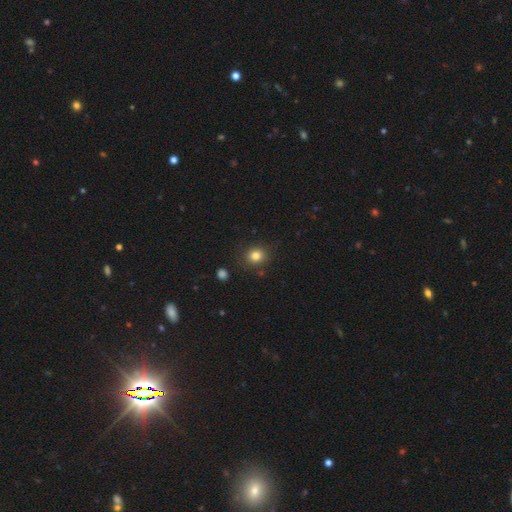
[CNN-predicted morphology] type=smooth (82%); roundness=round (81%); merging=none (86%).